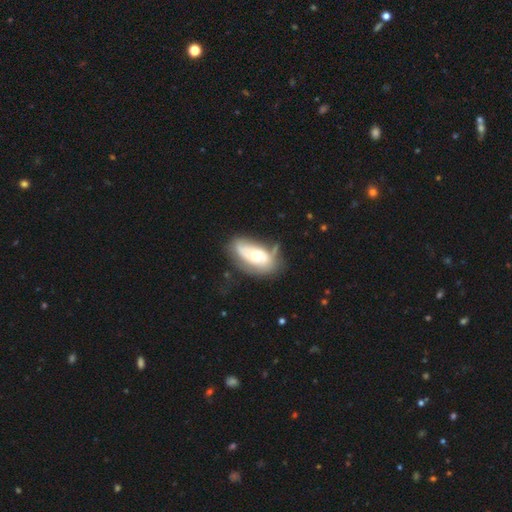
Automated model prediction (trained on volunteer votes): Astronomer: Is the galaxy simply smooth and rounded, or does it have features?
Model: featured or disk — 55% (runner-up: smooth, 38%).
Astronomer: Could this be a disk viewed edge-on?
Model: no — 90%.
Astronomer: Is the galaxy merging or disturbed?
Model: none — 43% (runner-up: minor disturbance, 29%).